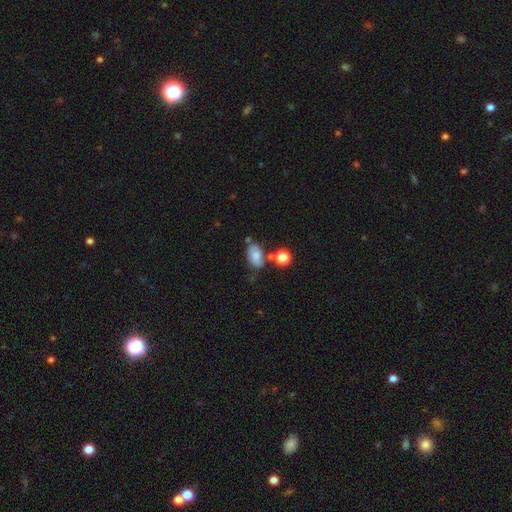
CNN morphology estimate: smooth-or-featured: smooth: 75% | featured or disk: 15% | star or artifact: 11%
  how-rounded: in between: 86% | round: 12% | cigar-shaped: 2%
  merging: none: 59% | minor disturbance: 21% | merger: 14% | major disturbance: 6%